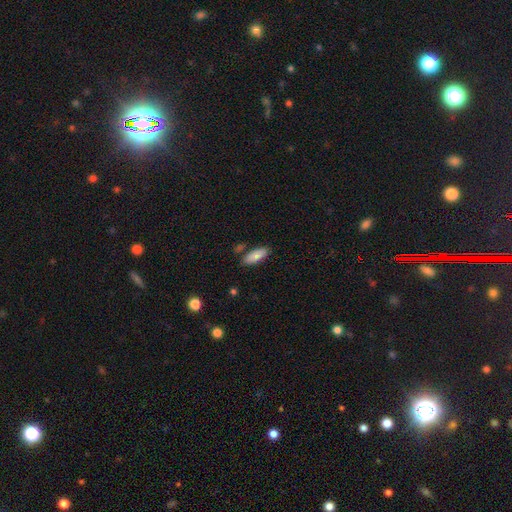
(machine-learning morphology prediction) Overall: smooth (86%). How rounded: in between (70%). Merging: none (79%).